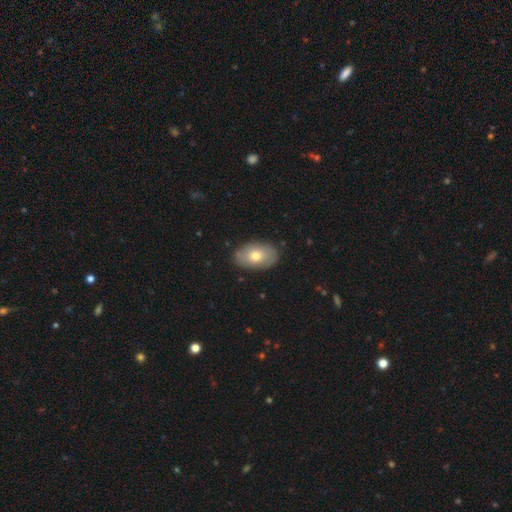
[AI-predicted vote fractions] Overall: smooth (70%). How rounded: in between (90%). Merging: none (84%).